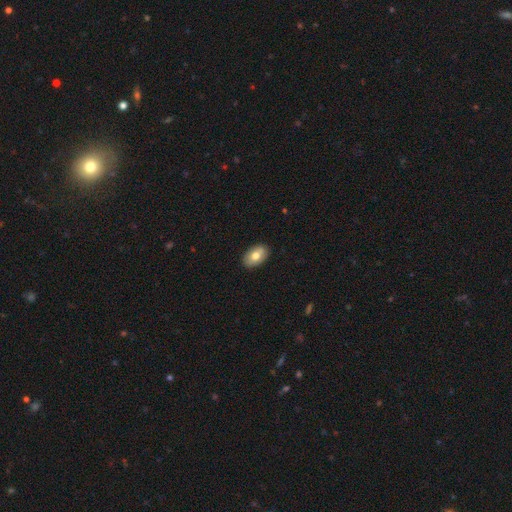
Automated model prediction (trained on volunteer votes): Smooth or featured? smooth (72%)
How rounded? in between (92%)
Merging? none (89%)